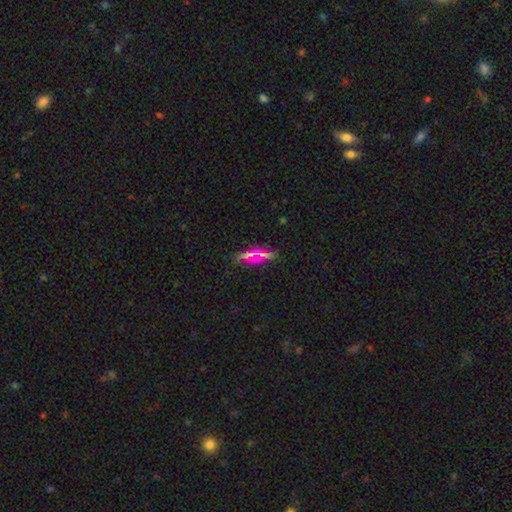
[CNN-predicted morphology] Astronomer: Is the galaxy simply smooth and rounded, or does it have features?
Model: smooth — 60%.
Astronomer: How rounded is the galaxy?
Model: in between — 58%.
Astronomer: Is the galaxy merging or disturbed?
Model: none — 83%.